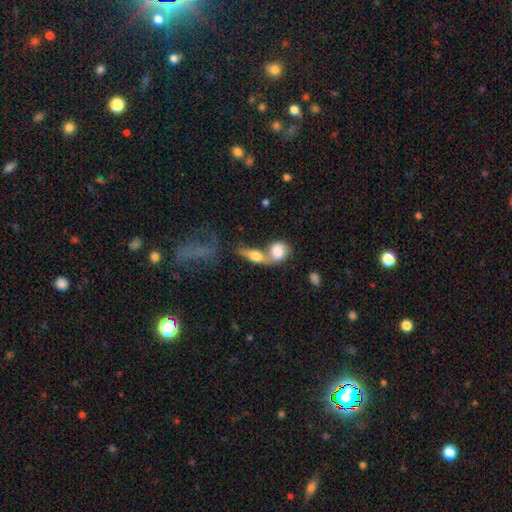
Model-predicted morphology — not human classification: type=smooth (63%); roundness=in between (61%); merging=merger (72%).